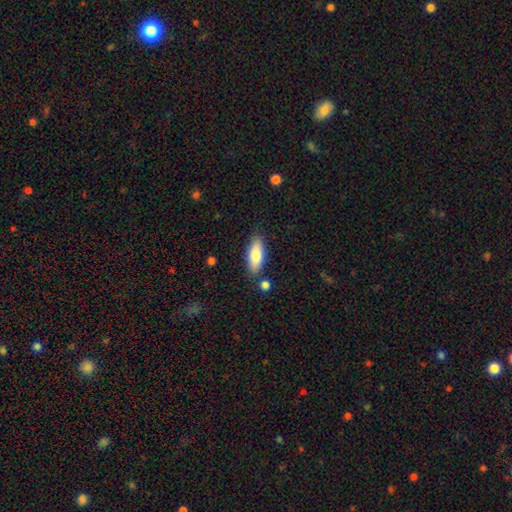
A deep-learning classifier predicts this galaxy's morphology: smooth 80%, featured or disk 14%, star or artifact 6%. Down the decision tree: how rounded — in between (72%); merging — none (80%).